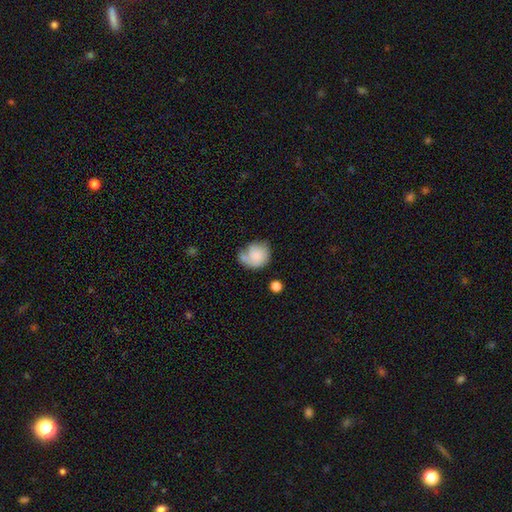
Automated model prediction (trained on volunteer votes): Overall: smooth (73%). How rounded: round (71%). Merging: none (39%; minor disturbance 27%).